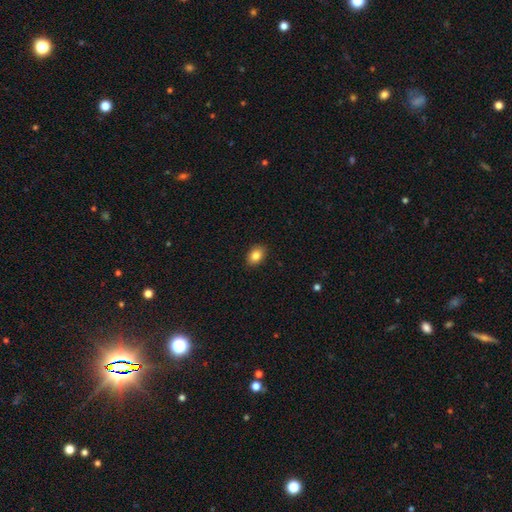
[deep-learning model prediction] smooth_or_featured: smooth (p=0.84) [alt: star or artifact p=0.09]
how_rounded: in between (p=0.78) [alt: round p=0.21]
merging: none (p=0.89) [alt: minor disturbance p=0.08]